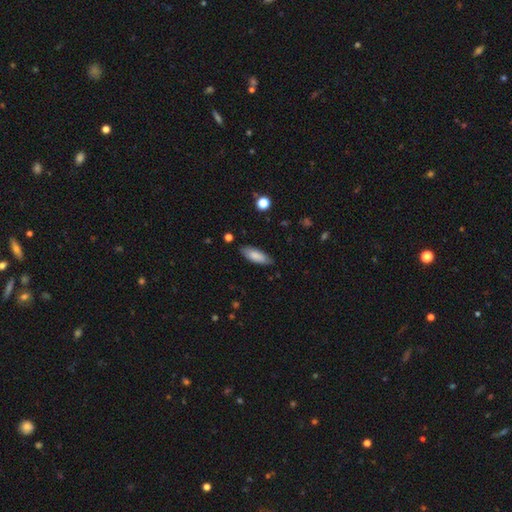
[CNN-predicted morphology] type=smooth (84%); roundness=in between (70%); merging=none (83%).